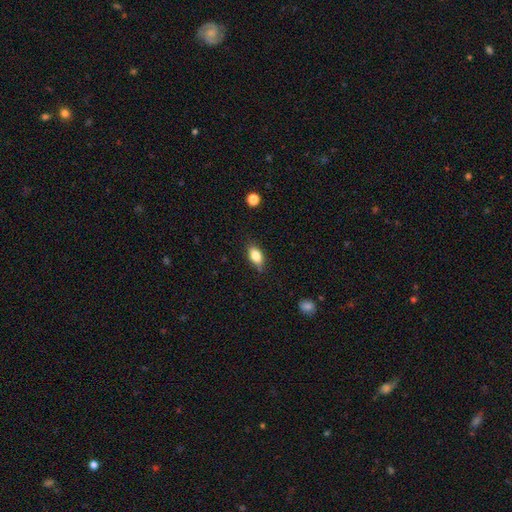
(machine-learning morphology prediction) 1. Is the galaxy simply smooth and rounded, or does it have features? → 82% smooth, 10% featured or disk, 8% star or artifact.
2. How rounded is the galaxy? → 87% in between, 8% round, 5% cigar-shaped.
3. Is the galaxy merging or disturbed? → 81% none, 15% minor disturbance, 3% major disturbance, 1% merger.